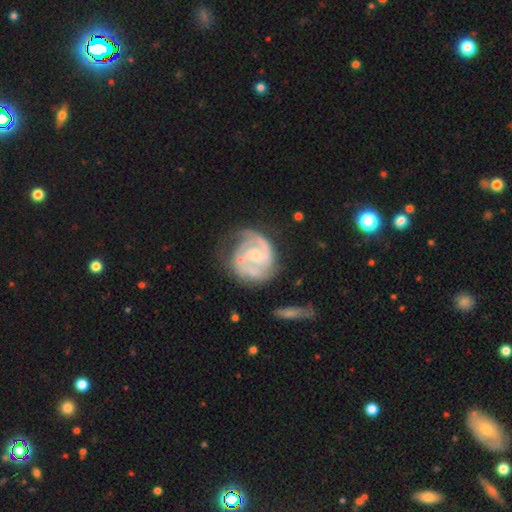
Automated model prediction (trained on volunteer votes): A featured or disk galaxy (84%) with no bar (49%), 2 (61%) tight (52%) spiral arms (93%) and a moderate central bulge (50%). Merging: none (58%).